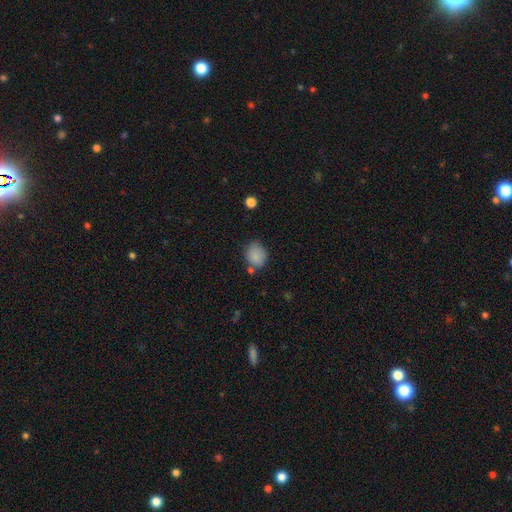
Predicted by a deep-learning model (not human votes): smooth 85%, star or artifact 9%, featured or disk 6%. Down the decision tree: how rounded — round (54%); merging — none (64%).